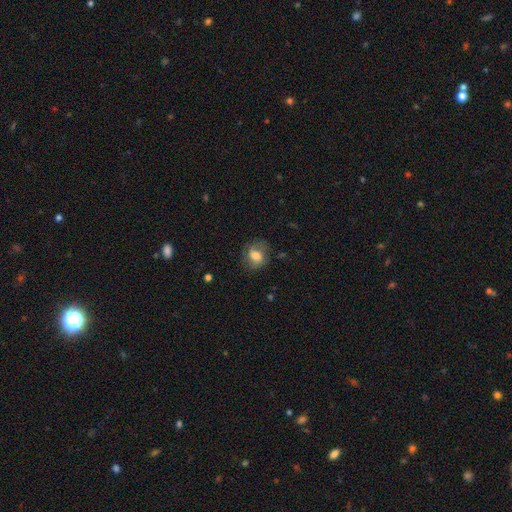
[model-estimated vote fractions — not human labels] Smooth or featured? smooth (62%)
How rounded? round (57%)
Merging? none (65%)